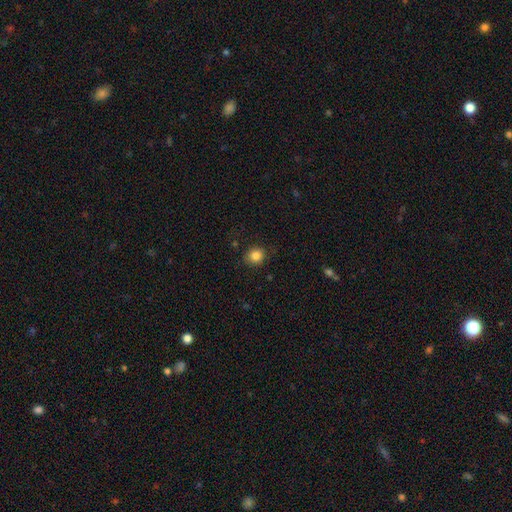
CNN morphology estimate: Smooth or featured: smooth — 84% (star or artifact — 11%)
How rounded: round — 74% (in between — 25%)
Merging: none — 85% (minor disturbance — 11%)